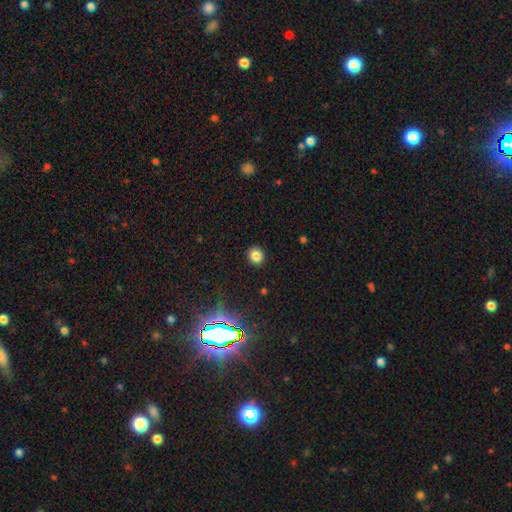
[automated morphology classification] The model was most divided on "how rounded": round: 76%, in between: 23%, cigar-shaped: 1%. More confident: merging — none (91%); smooth or featured — smooth (80%).